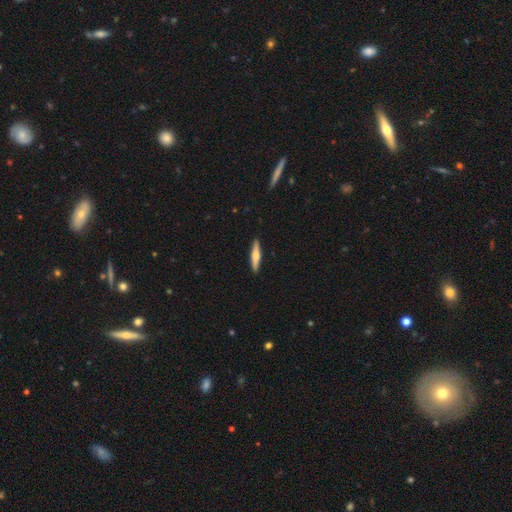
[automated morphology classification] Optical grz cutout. It shows a smooth galaxy with no disk features (54%) that is cigar-shaped (87%). Merging: none (91%).